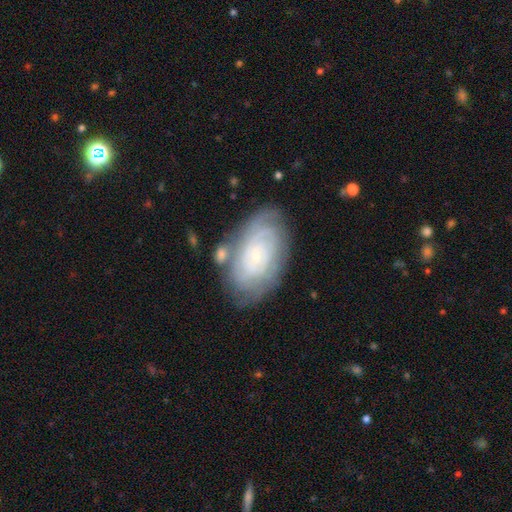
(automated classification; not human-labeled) A featured or disk galaxy (75%) with no bar (79%), tight (78%) spiral arms (91%) and a small central bulge (82%).

Vote fractions:
- Smooth or featured? featured or disk: 75% / smooth: 18% / star or artifact: 7%
- Edge-on disk? no: 95% / yes: 5%
- Bar? no: 79% / weak: 17% / strong: 4%
- Spiral arms? yes: 91% / no: 9%
- Spiral winding? tight: 78% / medium: 17% / loose: 5%
- Spiral arm count? can't tell: 49% / 2: 15% / 4: 12% / 3: 12% / more than 4: 7% / 1: 5%
- Bulge size? small: 82% / moderate: 11% / none: 3% / large: 2% / dominant: 1%
- Merging? none: 69% / minor disturbance: 18% / merger: 7% / major disturbance: 6%